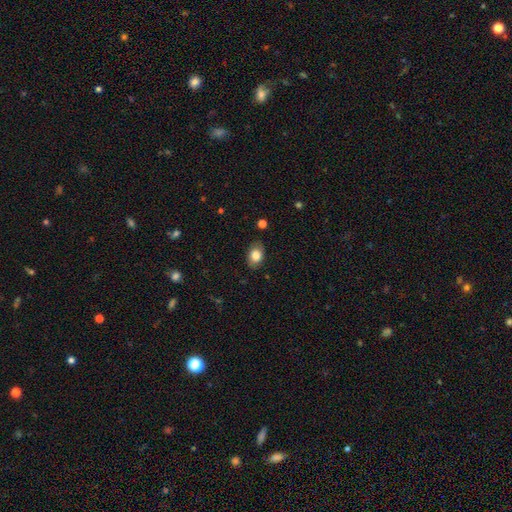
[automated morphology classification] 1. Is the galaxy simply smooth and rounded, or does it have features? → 81% smooth, 11% featured or disk, 8% star or artifact.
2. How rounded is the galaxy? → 79% in between, 19% round, 1% cigar-shaped.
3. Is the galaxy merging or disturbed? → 81% none, 15% minor disturbance, 3% major disturbance, 1% merger.